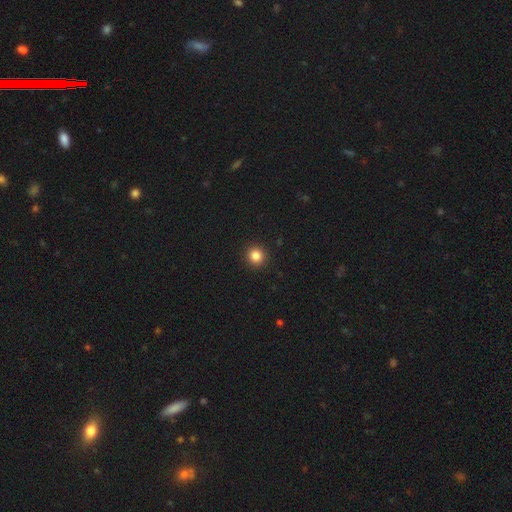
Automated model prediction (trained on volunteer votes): Smooth or featured: smooth — 85% (star or artifact — 11%)
How rounded: round — 93% (in between — 6%)
Merging: none — 93% (minor disturbance — 5%)